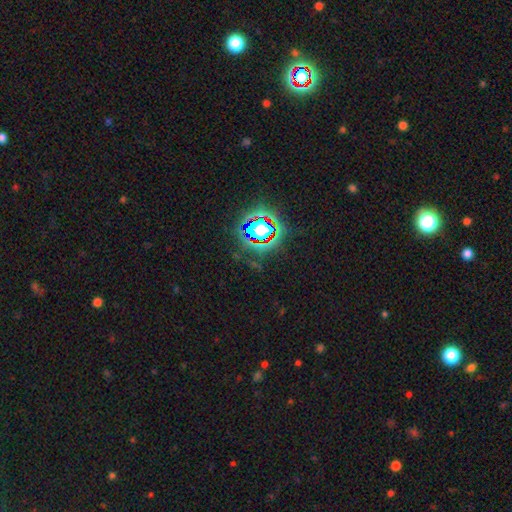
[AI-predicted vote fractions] The model was most divided on "smooth or featured": star or artifact: 81%, smooth: 11%, featured or disk: 8%.